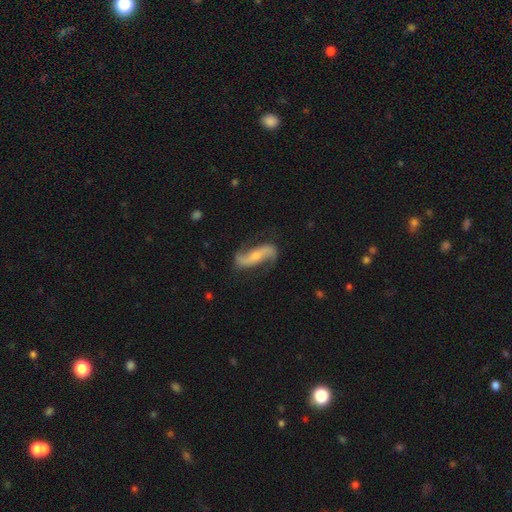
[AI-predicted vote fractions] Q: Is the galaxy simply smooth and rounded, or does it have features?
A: featured or disk — 85%.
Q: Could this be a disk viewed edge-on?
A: no — 92%.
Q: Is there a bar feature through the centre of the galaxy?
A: no — 42%.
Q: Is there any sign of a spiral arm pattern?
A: yes — 96%.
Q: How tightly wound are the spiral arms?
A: loose — 74%.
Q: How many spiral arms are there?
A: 2 — 93%.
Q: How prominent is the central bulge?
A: small — 47%.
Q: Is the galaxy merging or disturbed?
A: none — 77%.